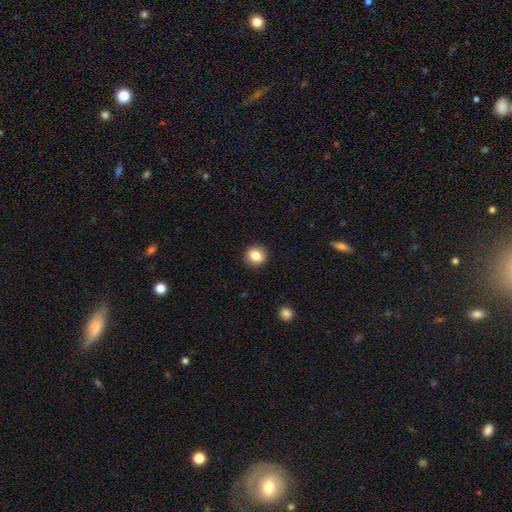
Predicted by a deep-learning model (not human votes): A smooth galaxy with no disk features (84%) that is round (87%).

Vote fractions:
- Smooth or featured? smooth: 84% / star or artifact: 10% / featured or disk: 7%
- How rounded? round: 87% / in between: 12% / cigar-shaped: 1%
- Merging? none: 92% / minor disturbance: 6% / major disturbance: 2% / merger: 1%